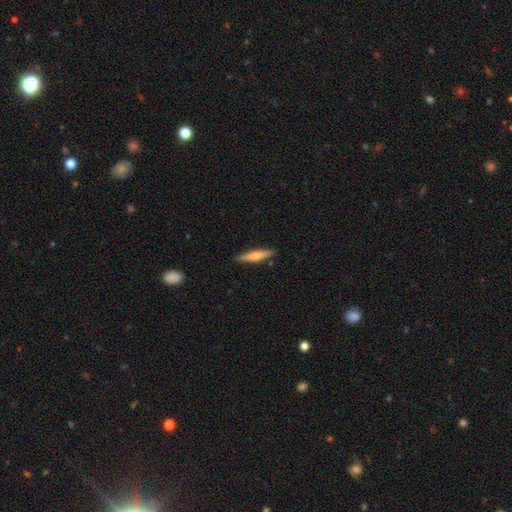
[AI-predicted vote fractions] This appears to be a smooth galaxy with no disk features (49%). Merging: none (88%).